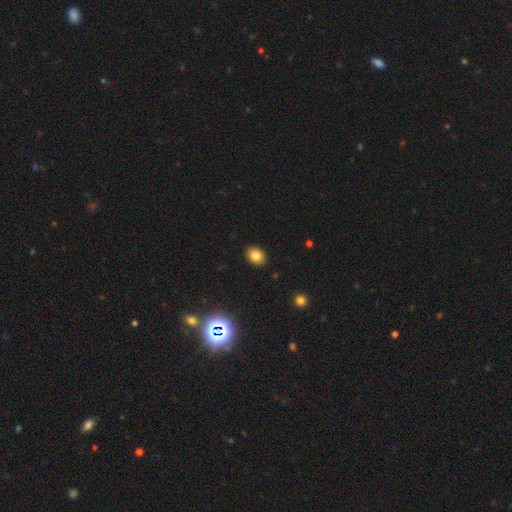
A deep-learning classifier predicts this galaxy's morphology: Smooth or featured? Predicted: smooth (p=0.81). How rounded? Predicted: in between (p=0.61). Merging? Predicted: none (p=0.90).